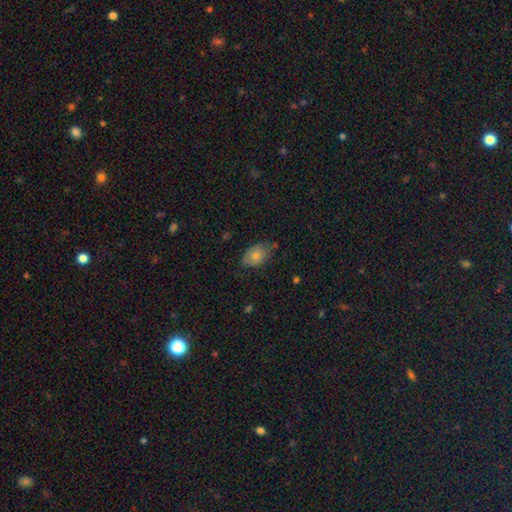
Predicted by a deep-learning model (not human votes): Q: Smooth or featured?
A: smooth (78%); runner-up: featured or disk (14%)
Q: How rounded?
A: in between (85%); runner-up: round (13%)
Q: Merging?
A: none (61%); runner-up: minor disturbance (30%)